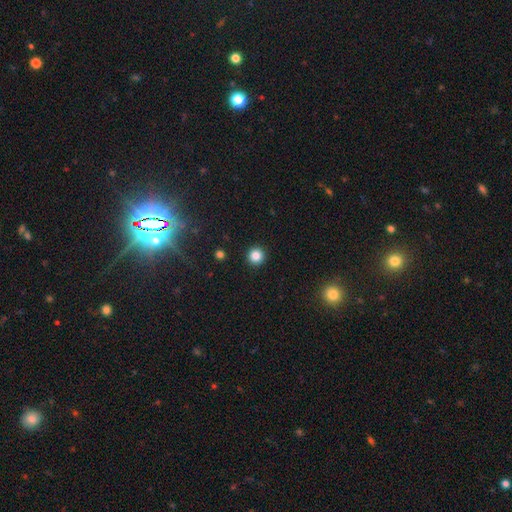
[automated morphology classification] Smooth or featured?
  - smooth: 84% *
  - star or artifact: 11%
  - featured or disk: 4%
How rounded?
  - round: 95% *
  - in between: 4%
  - cigar-shaped: 1%
Merging?
  - none: 94% *
  - minor disturbance: 4%
  - major disturbance: 1%
  - merger: 1%